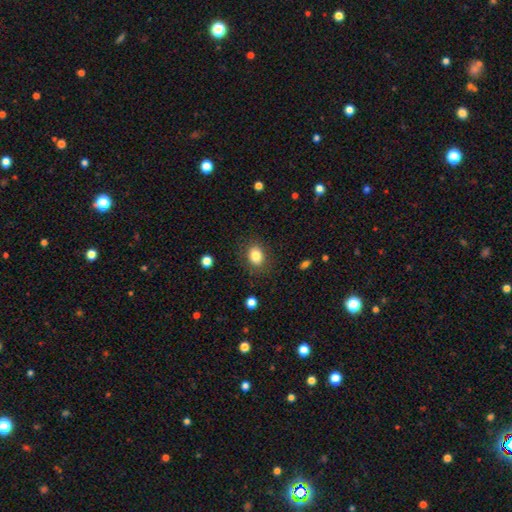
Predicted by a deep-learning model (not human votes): Smooth or featured: smooth — 83% (star or artifact — 9%)
How rounded: in between — 57% (round — 42%)
Merging: none — 84% (minor disturbance — 11%)